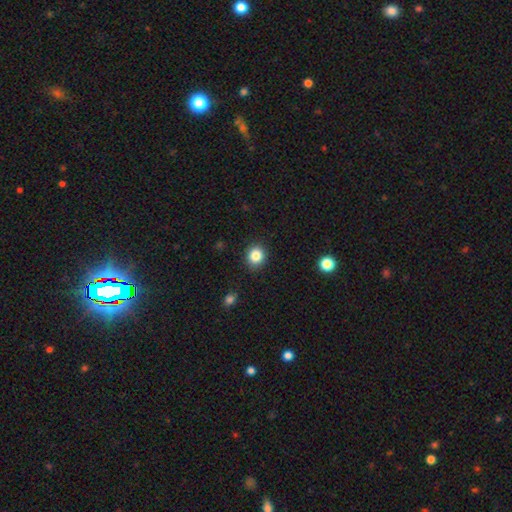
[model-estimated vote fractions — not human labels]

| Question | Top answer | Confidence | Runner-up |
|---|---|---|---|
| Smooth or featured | smooth | 84% | star or artifact (11%) |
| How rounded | round | 85% | in between (14%) |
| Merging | none | 90% | minor disturbance (7%) |